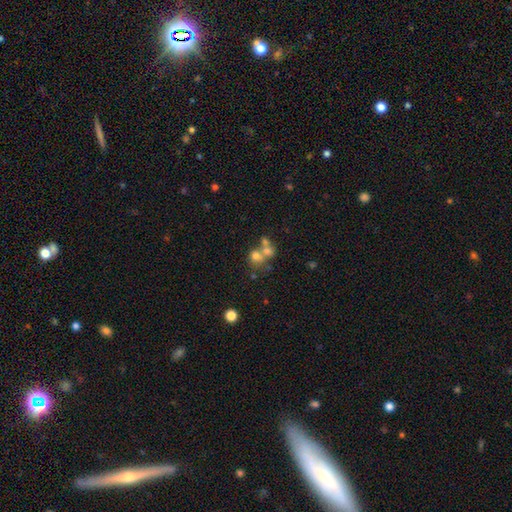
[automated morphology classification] Smooth or featured? smooth (61%)
How rounded? round (75%)
Merging? merger (54%)